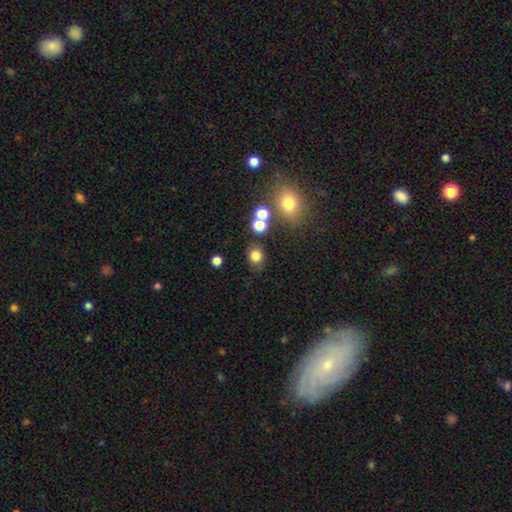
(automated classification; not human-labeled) smooth 79%, star or artifact 15%, featured or disk 6%. Down the decision tree: how rounded — round (70%); merging — none (77%).